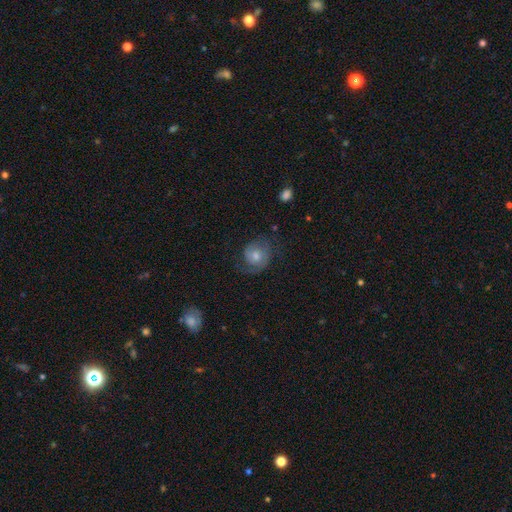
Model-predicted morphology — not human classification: The model was most divided on "spiral winding": tight: 42%, medium: 40%, loose: 18%. More confident: edge-on disk — no (97%); spiral arms — yes (90%); bar — no (73%); merging — none (67%); spiral arm count — 2 (67%); smooth or featured — featured or disk (64%); bulge size — moderate (59%).